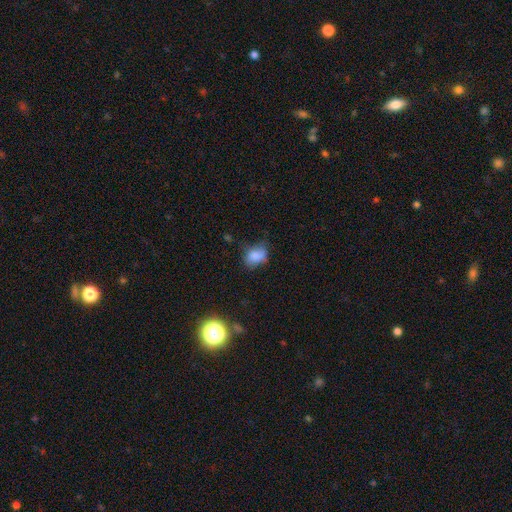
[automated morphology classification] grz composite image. It shows a smooth galaxy with no disk features (82%) that is in between round and cigar-shaped (71%). Merging: none (54%).